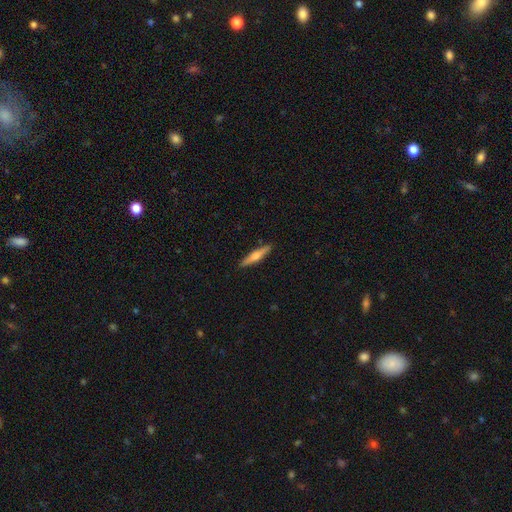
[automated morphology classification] The model was most divided on "smooth or featured": featured or disk: 55%, smooth: 40%, star or artifact: 6%. More confident: edge-on disk — yes (96%); merging — none (91%); edge-on bulge — rounded (87%).